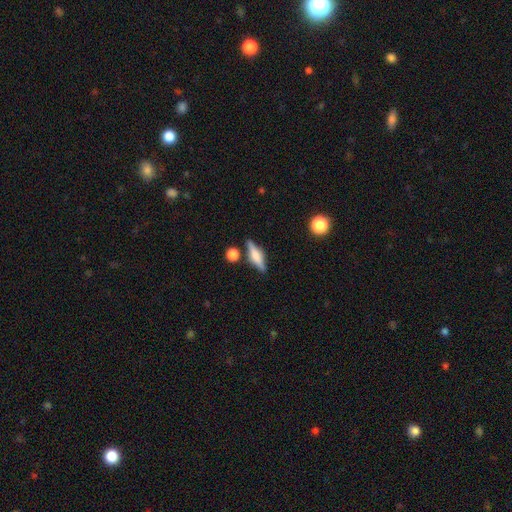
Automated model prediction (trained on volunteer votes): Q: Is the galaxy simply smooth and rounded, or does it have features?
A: featured or disk — 48%.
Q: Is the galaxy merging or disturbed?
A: none — 78%.